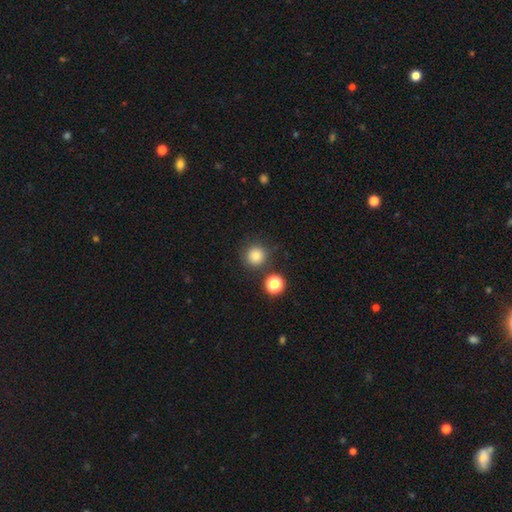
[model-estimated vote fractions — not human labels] A smooth galaxy with no disk features (82%) that is round (94%).

Vote fractions:
- Smooth or featured? smooth: 82% / star or artifact: 12% / featured or disk: 6%
- How rounded? round: 94% / in between: 5% / cigar-shaped: 1%
- Merging? none: 81% / minor disturbance: 9% / merger: 7% / major disturbance: 3%